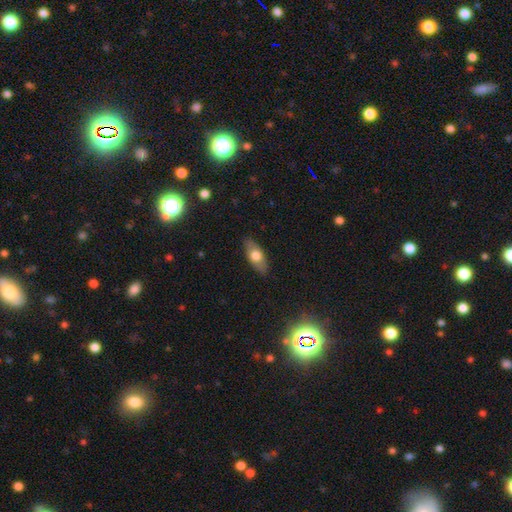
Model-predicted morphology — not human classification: This is likely a smooth galaxy (66%). How rounded: clearly in between (81%). Merging: clearly none (86%).